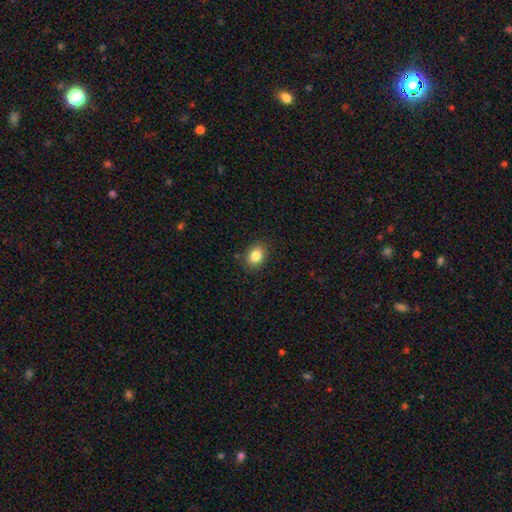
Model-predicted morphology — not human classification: This appears to be a smooth galaxy with no disk features (85%) that is in between round and cigar-shaped (69%). Merging: none (86%).